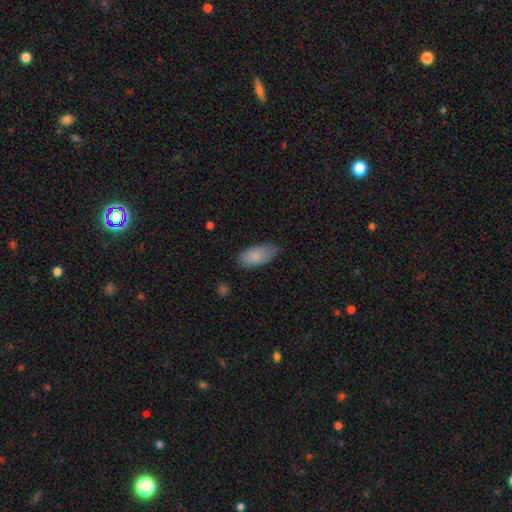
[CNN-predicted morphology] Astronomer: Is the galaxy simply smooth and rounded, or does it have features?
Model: smooth — 83%.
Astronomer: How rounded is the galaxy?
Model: in between — 91%.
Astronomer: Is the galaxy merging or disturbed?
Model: none — 73%.